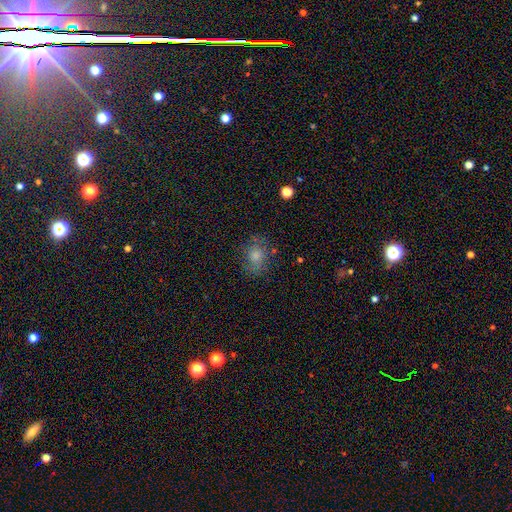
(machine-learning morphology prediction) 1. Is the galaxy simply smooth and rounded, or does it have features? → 50% smooth, 27% featured or disk, 22% star or artifact.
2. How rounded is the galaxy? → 56% round, 42% in between, 1% cigar-shaped.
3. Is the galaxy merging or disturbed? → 72% none, 18% minor disturbance, 8% major disturbance, 2% merger.